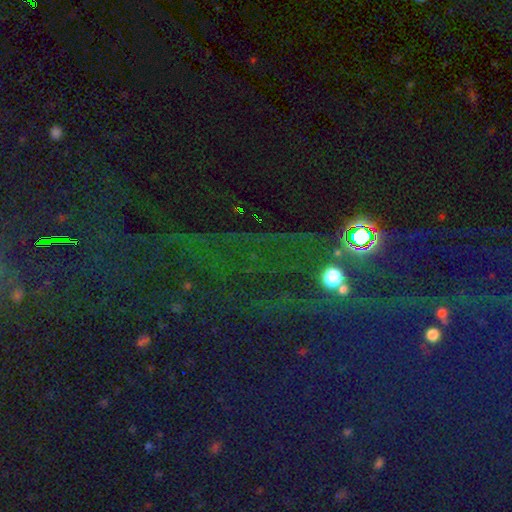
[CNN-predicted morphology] Smooth or featured: star or artifact — 81% (smooth — 11%)